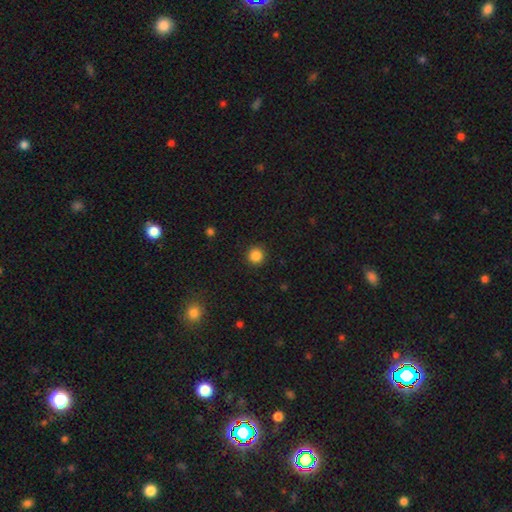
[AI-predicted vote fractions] Overall: smooth (85%). How rounded: round (95%). Merging: none (92%).